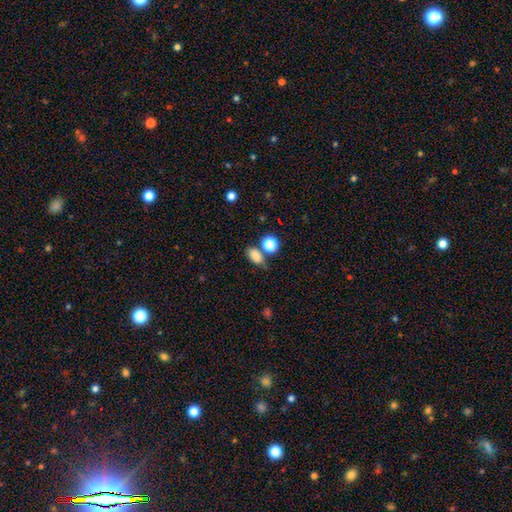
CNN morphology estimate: Smooth or featured? smooth (83%)
How rounded? in between (79%)
Merging? none (60%)